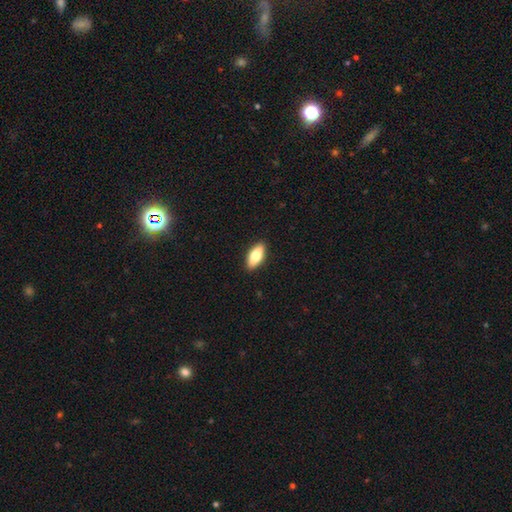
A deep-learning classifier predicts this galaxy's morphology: Overall: smooth (70%). How rounded: in between (80%). Merging: none (90%).